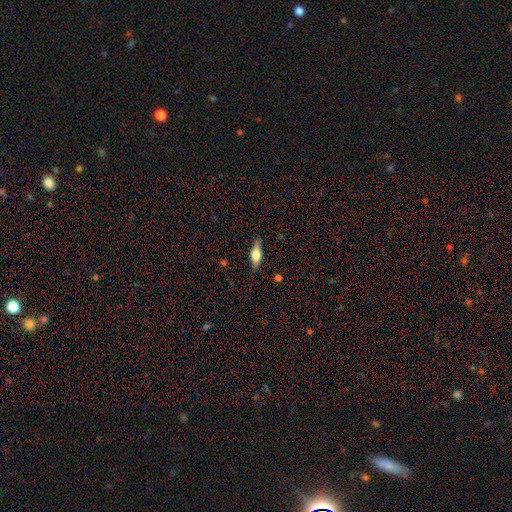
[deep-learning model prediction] A smooth galaxy with no disk features (48%).

Vote fractions:
- Smooth or featured? smooth: 48% / featured or disk: 46% / star or artifact: 6%
- Merging? none: 83% / minor disturbance: 13% / major disturbance: 3% / merger: 1%